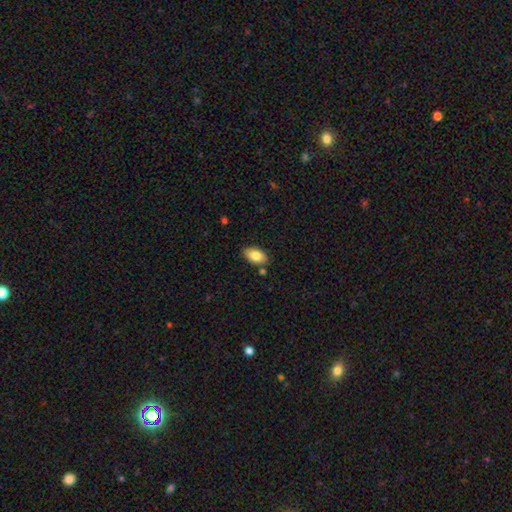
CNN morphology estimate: Q: Smooth or featured?
A: smooth (82%); runner-up: featured or disk (11%)
Q: How rounded?
A: in between (93%); runner-up: round (6%)
Q: Merging?
A: none (82%); runner-up: minor disturbance (12%)